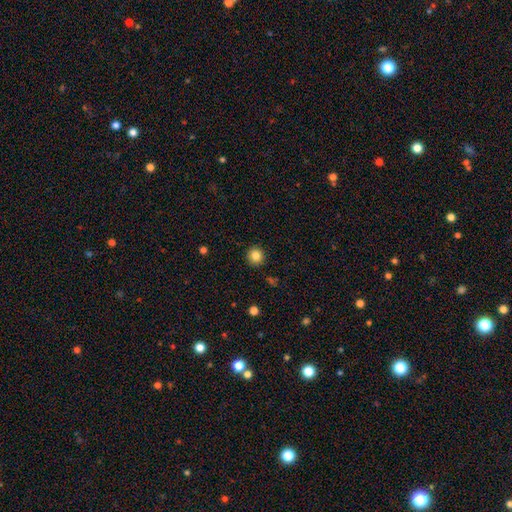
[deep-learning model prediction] The model was most divided on "smooth or featured": smooth: 84%, star or artifact: 11%, featured or disk: 5%. More confident: how rounded — round (92%); merging — none (92%).